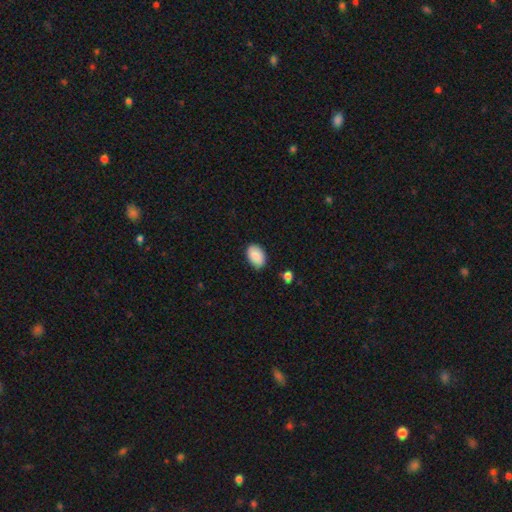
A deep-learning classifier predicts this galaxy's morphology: A smooth galaxy with no disk features (83%) that is in between round and cigar-shaped (88%).

Vote fractions:
- Smooth or featured? smooth: 83% / featured or disk: 10% / star or artifact: 7%
- How rounded? in between: 88% / round: 11% / cigar-shaped: 1%
- Merging? none: 81% / minor disturbance: 15% / major disturbance: 3% / merger: 2%